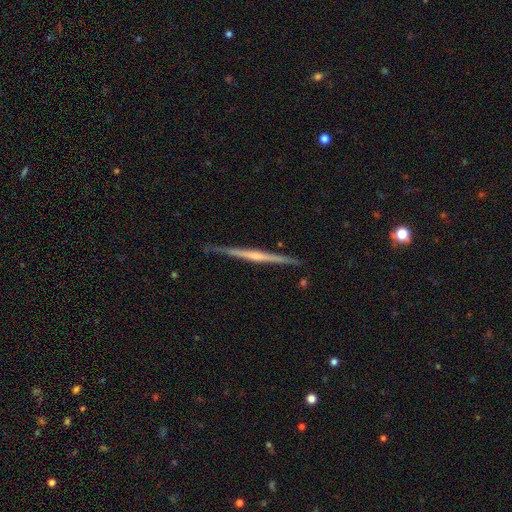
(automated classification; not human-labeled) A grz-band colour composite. It shows a featured or disk galaxy (76%) viewed edge-on (98%) with no central bulge (47%). Merging: none (88%).